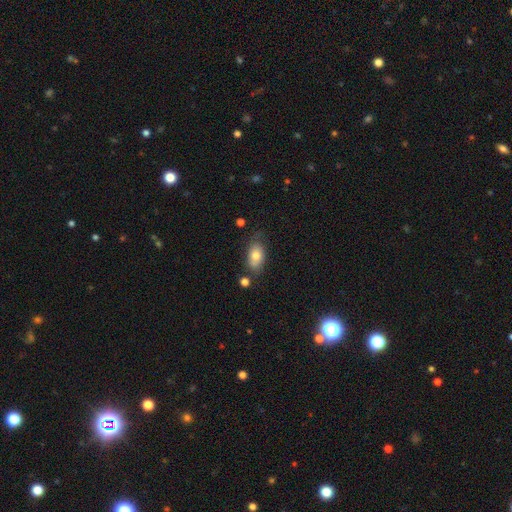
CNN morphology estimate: A smooth galaxy with no disk features (75%) that is in between round and cigar-shaped (89%).

Vote fractions:
- Smooth or featured? smooth: 75% / featured or disk: 17% / star or artifact: 8%
- How rounded? in between: 89% / round: 8% / cigar-shaped: 3%
- Merging? none: 66% / minor disturbance: 22% / merger: 6% / major disturbance: 6%